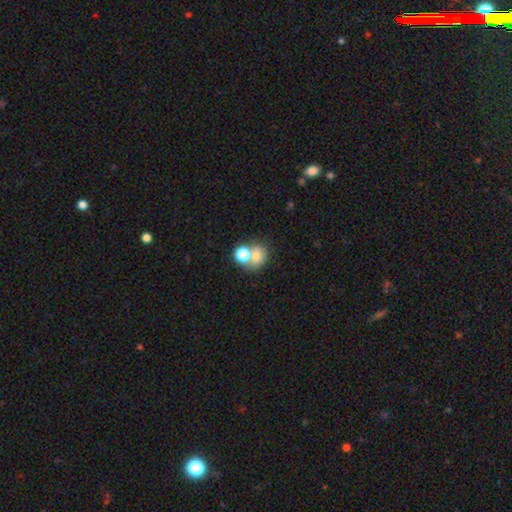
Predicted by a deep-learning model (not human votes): This appears to be a smooth galaxy with no disk features (72%) that is round (57%). Merging: merger (45%).